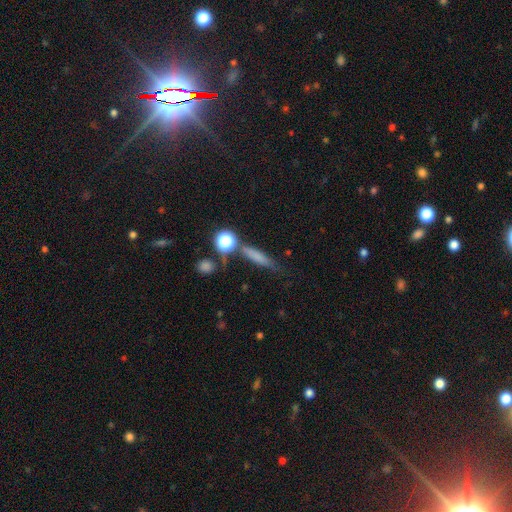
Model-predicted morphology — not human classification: smooth-or-featured: smooth: 66% | featured or disk: 21% | star or artifact: 14%
  how-rounded: cigar-shaped: 73% | in between: 17% | round: 10%
  merging: none: 67% | minor disturbance: 16% | merger: 10% | major disturbance: 7%